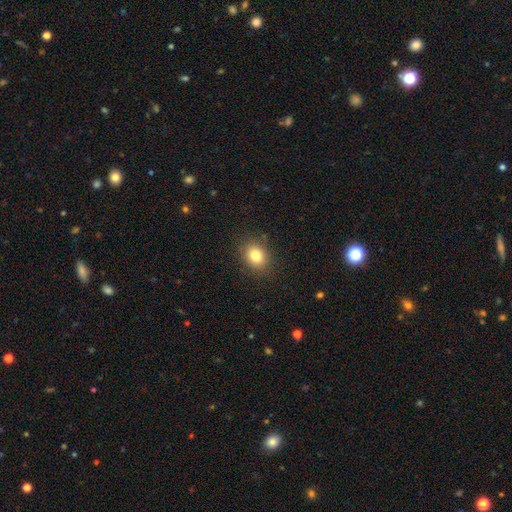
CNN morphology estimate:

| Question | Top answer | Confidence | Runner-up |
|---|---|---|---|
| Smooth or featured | smooth | 81% | star or artifact (11%) |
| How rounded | round | 54% | in between (45%) |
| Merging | none | 86% | minor disturbance (10%) |